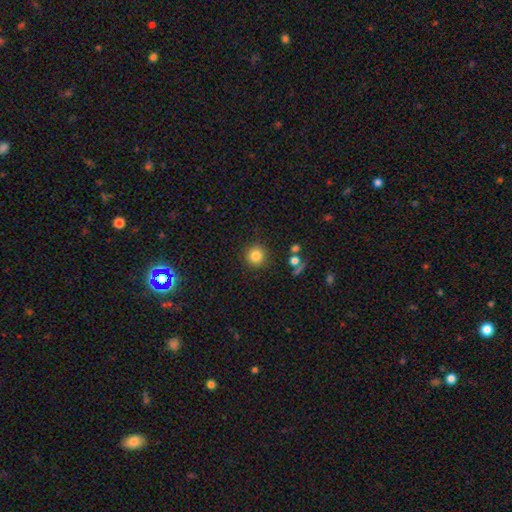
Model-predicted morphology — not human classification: Smooth or featured: smooth — 82% (star or artifact — 12%)
How rounded: round — 93% (in between — 6%)
Merging: none — 88% (minor disturbance — 7%)